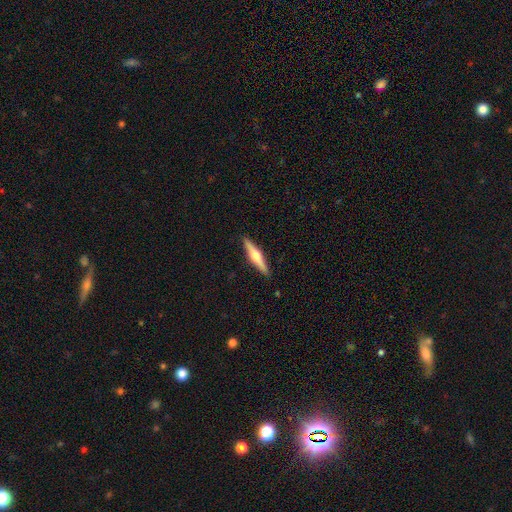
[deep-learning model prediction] Q: Smooth or featured?
A: featured or disk (64%); runner-up: smooth (30%)
Q: Edge-on disk?
A: yes (97%); runner-up: no (3%)
Q: Edge-on bulge?
A: rounded (92%); runner-up: boxy (5%)
Q: Merging?
A: none (91%); runner-up: minor disturbance (7%)